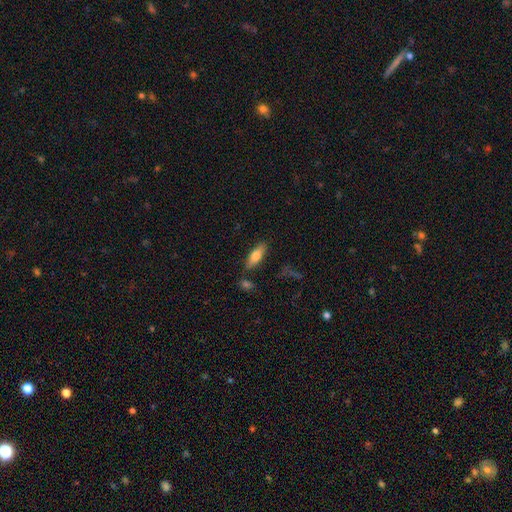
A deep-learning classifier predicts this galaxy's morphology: This appears to be a smooth galaxy with no disk features (75%) that is in between round and cigar-shaped (63%). Merging: none (81%).